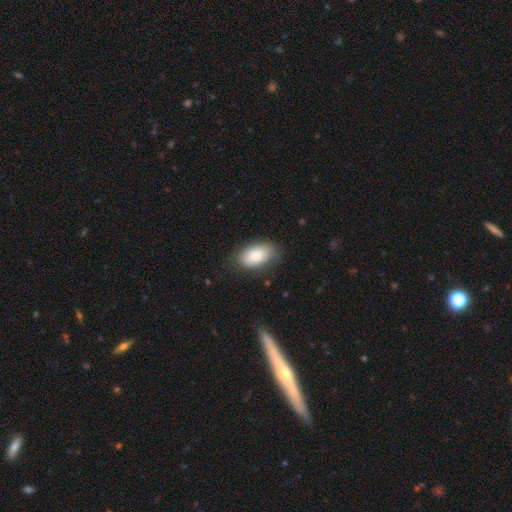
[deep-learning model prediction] Smooth or featured: smooth — 83% (featured or disk — 10%)
How rounded: in between — 93% (round — 5%)
Merging: none — 75% (minor disturbance — 18%)